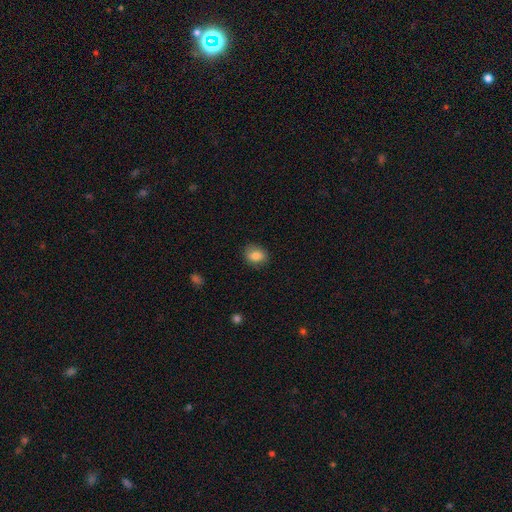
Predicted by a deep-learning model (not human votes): This is clearly a smooth galaxy (82%). How rounded: possibly in between (52%). Merging: clearly none (85%).